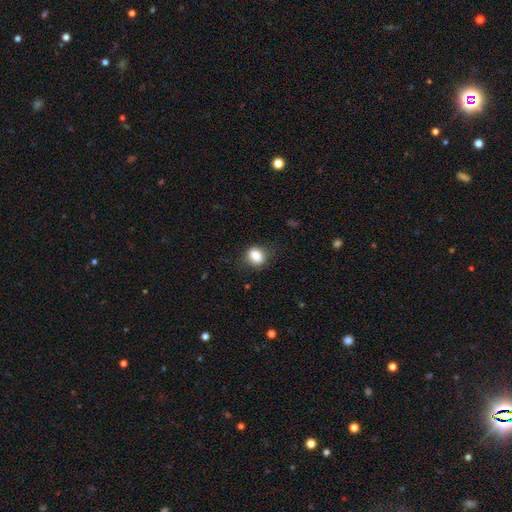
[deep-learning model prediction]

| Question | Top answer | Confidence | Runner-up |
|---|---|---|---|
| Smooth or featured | smooth | 85% | star or artifact (9%) |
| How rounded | in between | 51% | round (47%) |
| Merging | none | 77% | minor disturbance (17%) |